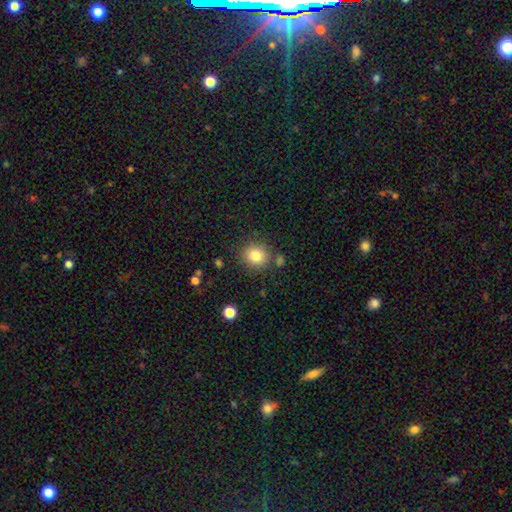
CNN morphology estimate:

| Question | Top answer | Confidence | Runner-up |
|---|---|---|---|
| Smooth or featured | smooth | 82% | star or artifact (11%) |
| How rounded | round | 87% | in between (12%) |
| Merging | none | 82% | minor disturbance (10%) |